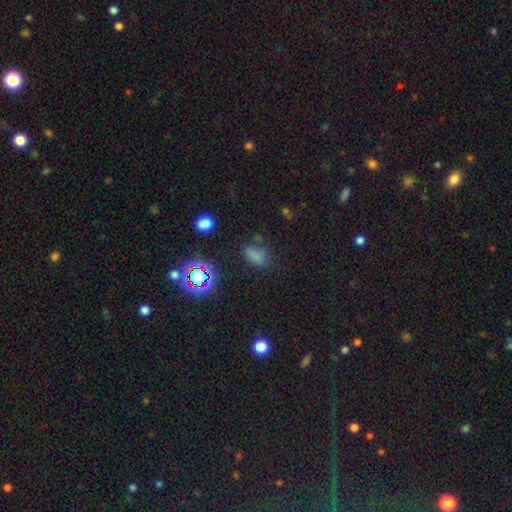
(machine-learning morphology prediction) This appears to be a smooth galaxy with no disk features (60%) that is in between round and cigar-shaped (77%). Merging: none (57%).